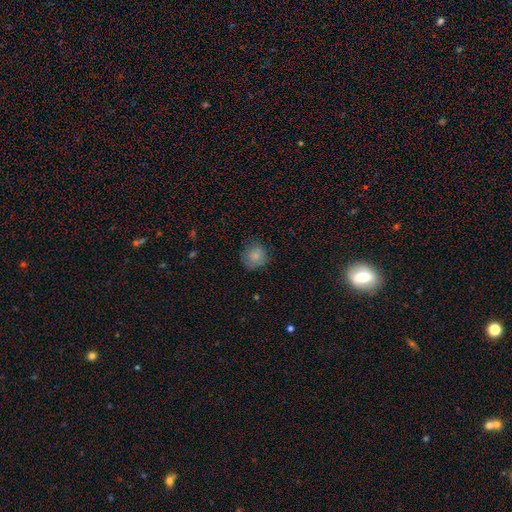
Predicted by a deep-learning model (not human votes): Smooth or featured?
  - smooth: 83% *
  - star or artifact: 9%
  - featured or disk: 8%
How rounded?
  - round: 84% *
  - in between: 15%
  - cigar-shaped: 1%
Merging?
  - none: 75% *
  - minor disturbance: 19%
  - major disturbance: 5%
  - merger: 1%